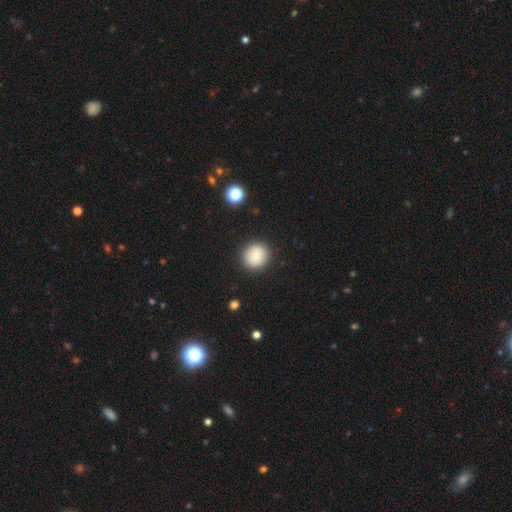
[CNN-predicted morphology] smooth-or-featured: smooth: 84% | star or artifact: 9% | featured or disk: 7%
  how-rounded: round: 89% | in between: 10% | cigar-shaped: 1%
  merging: none: 90% | minor disturbance: 7% | major disturbance: 2% | merger: 1%